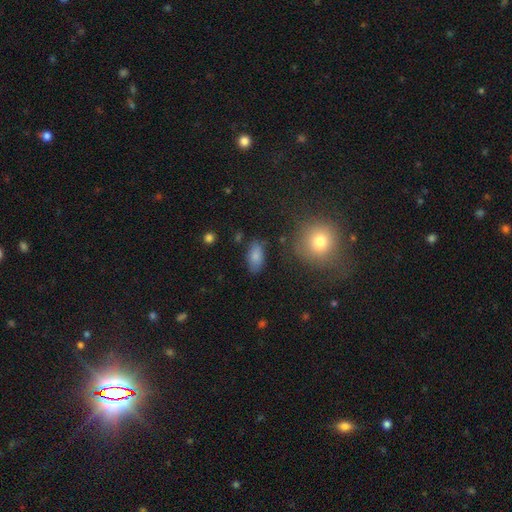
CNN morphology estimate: Q: Smooth or featured?
A: smooth (81%); runner-up: star or artifact (10%)
Q: How rounded?
A: in between (91%); runner-up: round (5%)
Q: Merging?
A: none (77%); runner-up: minor disturbance (15%)